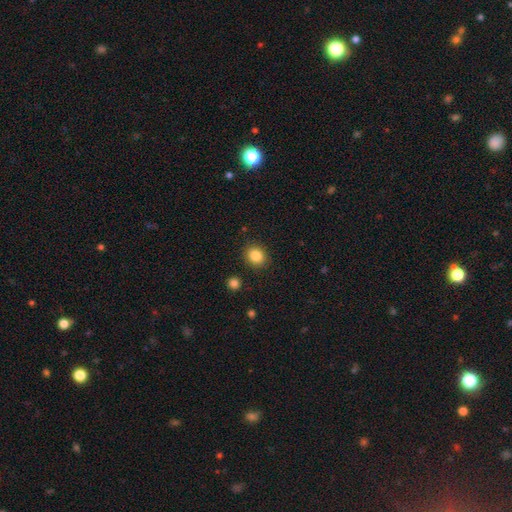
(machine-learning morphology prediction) Smooth or featured? Predicted: smooth (p=0.85). How rounded? Predicted: round (p=0.76). Merging? Predicted: none (p=0.89).